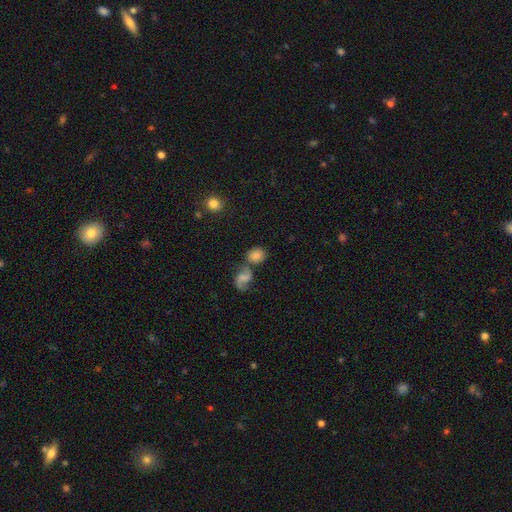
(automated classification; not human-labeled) smooth_or_featured: smooth (p=0.70) [alt: featured or disk p=0.19]
how_rounded: round (p=0.60) [alt: in between p=0.38]
merging: none (p=0.52) [alt: merger p=0.32]